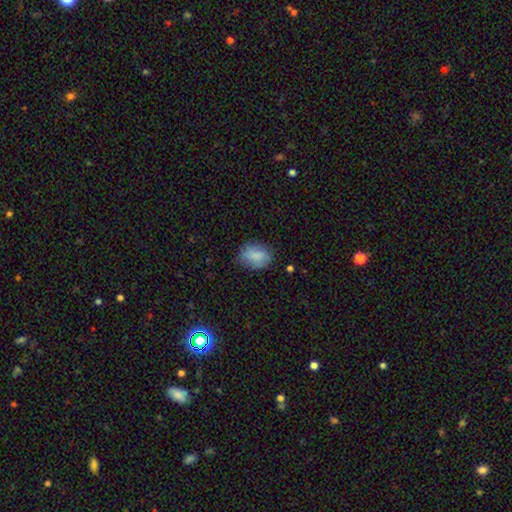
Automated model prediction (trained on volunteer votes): Smooth or featured: smooth — 83% (featured or disk — 10%)
How rounded: in between — 78% (round — 20%)
Merging: none — 71% (minor disturbance — 22%)